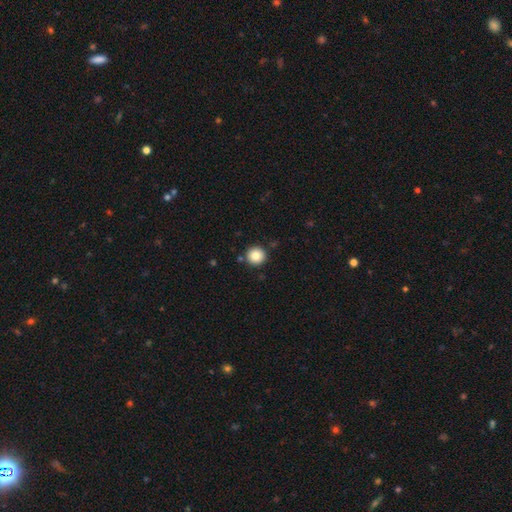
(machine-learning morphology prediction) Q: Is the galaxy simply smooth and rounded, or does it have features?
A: smooth — 85%.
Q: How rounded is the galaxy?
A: round — 95%.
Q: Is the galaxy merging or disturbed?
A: none — 89%.